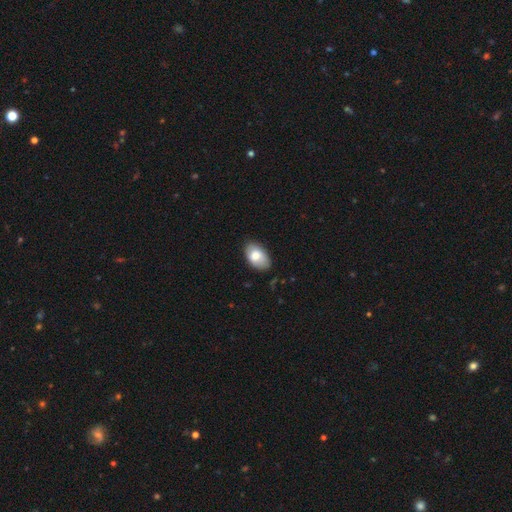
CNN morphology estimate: type=smooth (76%); roundness=in between (92%); merging=none (77%).